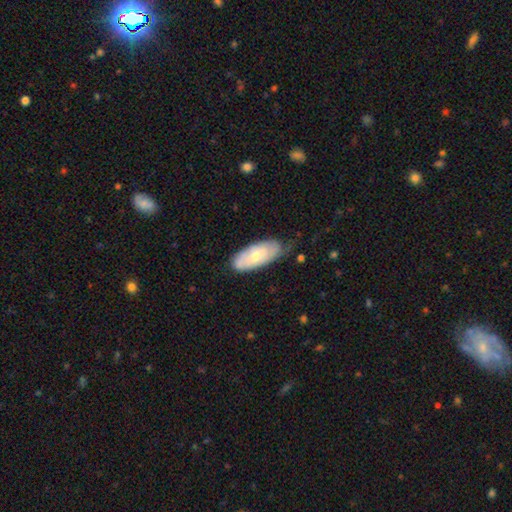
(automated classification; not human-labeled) Smooth or featured? Predicted: smooth (p=0.52). How rounded? Predicted: in between (p=0.81). Merging? Predicted: none (p=0.61).